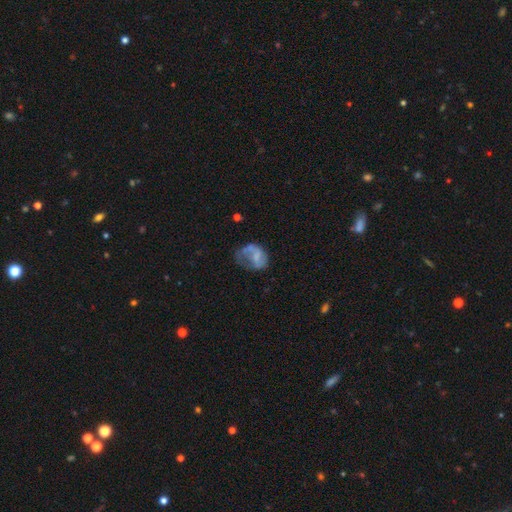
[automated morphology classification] This is possibly a smooth galaxy (48%). Merging: marginally major disturbance (40%).